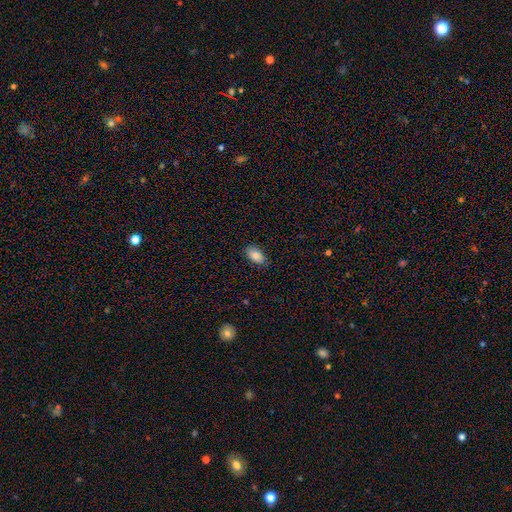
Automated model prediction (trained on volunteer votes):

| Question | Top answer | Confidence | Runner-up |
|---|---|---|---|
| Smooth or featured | smooth | 84% | featured or disk (8%) |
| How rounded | in between | 92% | round (6%) |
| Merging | none | 84% | minor disturbance (13%) |